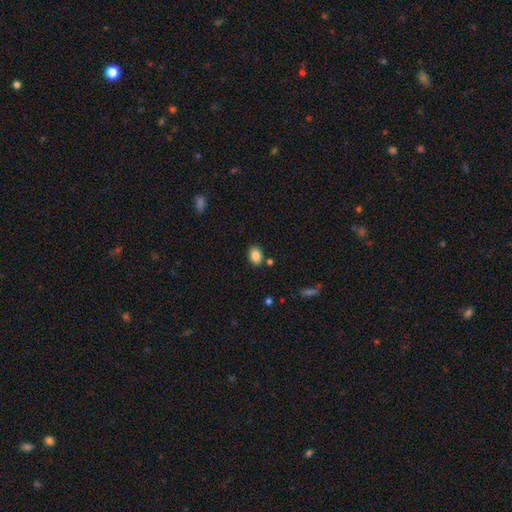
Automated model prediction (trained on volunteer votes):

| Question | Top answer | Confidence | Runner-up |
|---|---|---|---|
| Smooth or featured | smooth | 86% | star or artifact (9%) |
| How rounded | in between | 71% | round (28%) |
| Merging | none | 81% | minor disturbance (11%) |